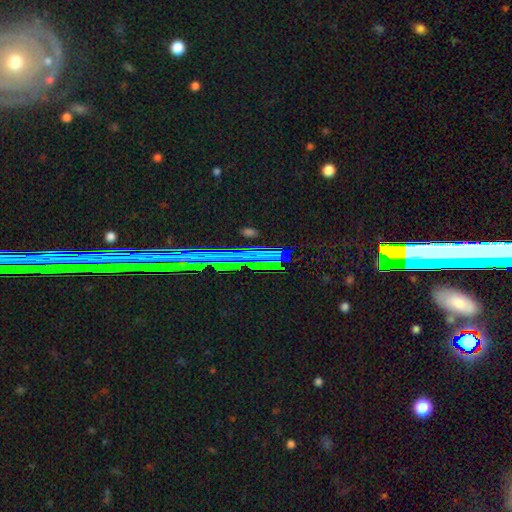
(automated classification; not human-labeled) smooth-or-featured: star or artifact: 74% | featured or disk: 16% | smooth: 10%